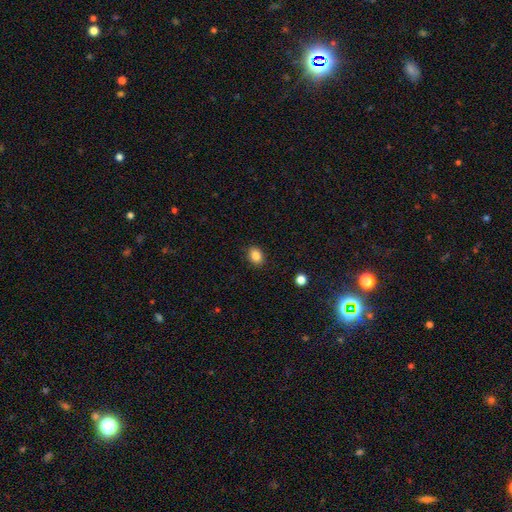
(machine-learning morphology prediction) smooth_or_featured: smooth (p=0.85) [alt: star or artifact p=0.10]
how_rounded: in between (p=0.60) [alt: round p=0.39]
merging: none (p=0.88) [alt: minor disturbance p=0.08]